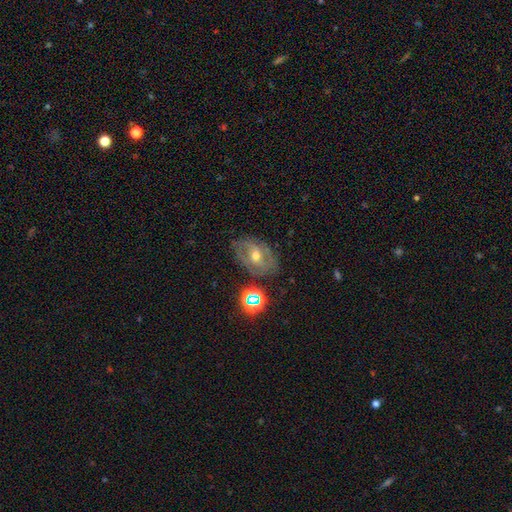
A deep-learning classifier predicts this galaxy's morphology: A featured or disk galaxy (62%) with no bar (40%, tied with weak), spiral arms (66%) and a moderate central bulge (70%). Merging: none (69%).